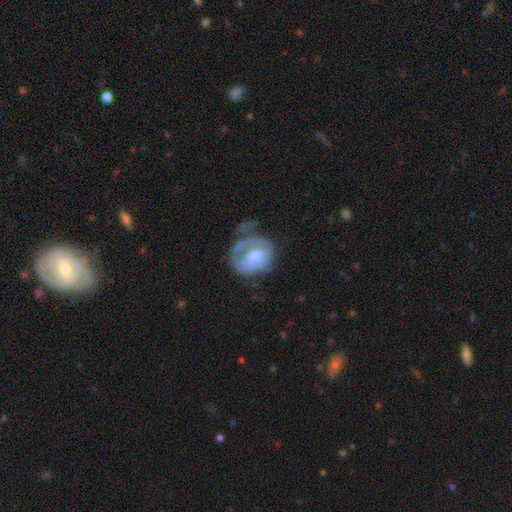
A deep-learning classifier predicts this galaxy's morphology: featured or disk 52%, smooth 41%, star or artifact 7%. Down the decision tree: edge-on disk — no (97%); bar — no (68%); spiral arms — yes (55%); bulge size — moderate (46%); merging — major disturbance (36%).